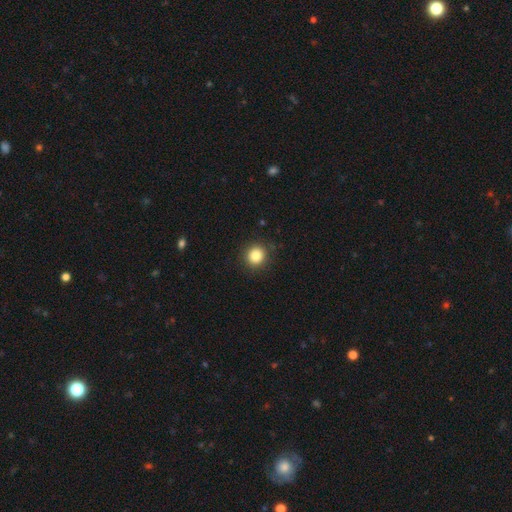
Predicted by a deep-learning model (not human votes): Smooth or featured: smooth — 84% (star or artifact — 10%)
How rounded: round — 89% (in between — 10%)
Merging: none — 90% (minor disturbance — 7%)